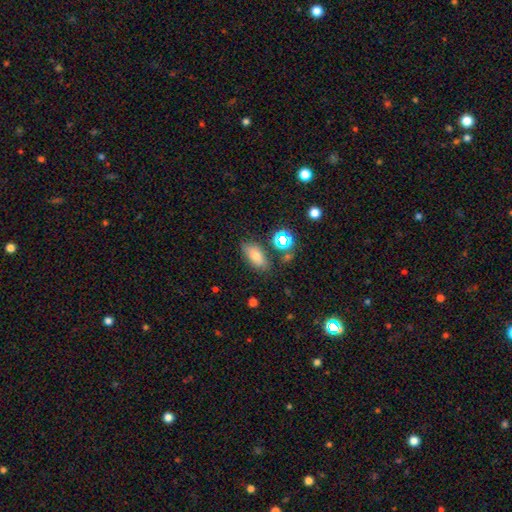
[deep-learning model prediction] Overall: smooth (73%). How rounded: in between (83%). Merging: none (77%).